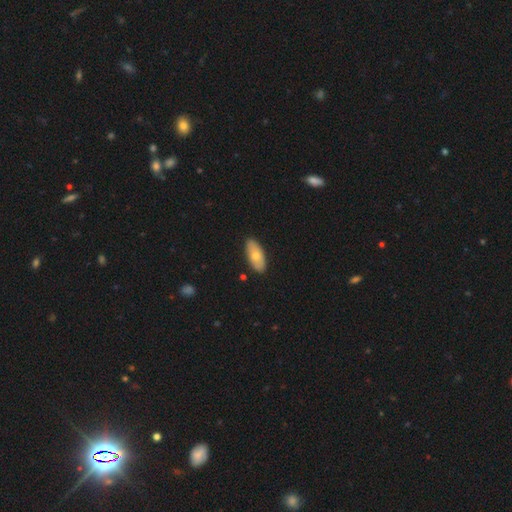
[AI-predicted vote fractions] This is likely a smooth galaxy (68%). How rounded: clearly in between (87%). Merging: clearly none (88%).